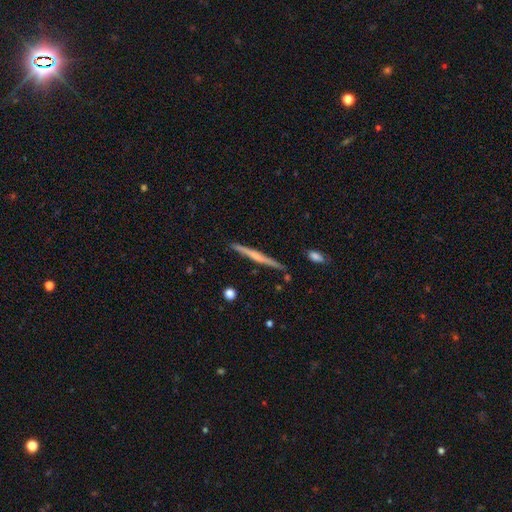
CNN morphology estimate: Smooth or featured: featured or disk — 62% (smooth — 32%)
Edge-on disk: yes — 98% (no — 2%)
Edge-on bulge: none — 47% (rounded — 44%)
Merging: none — 87% (minor disturbance — 9%)